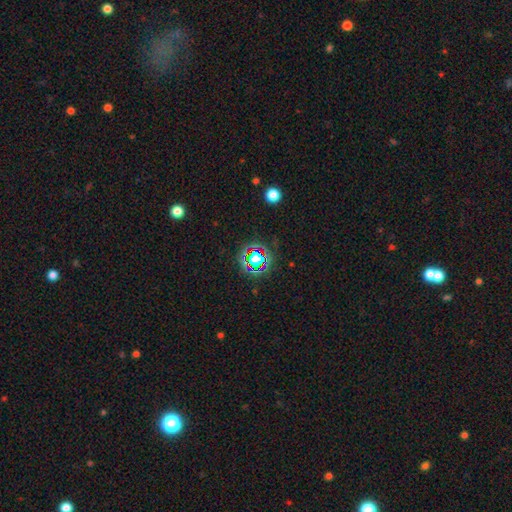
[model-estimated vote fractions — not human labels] smooth-or-featured: star or artifact: 64% | smooth: 24% | featured or disk: 12%